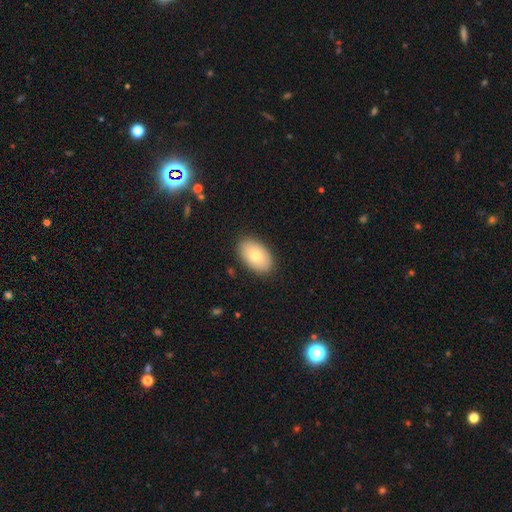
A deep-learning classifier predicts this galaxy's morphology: Q: Smooth or featured?
A: smooth (77%); runner-up: featured or disk (16%)
Q: How rounded?
A: in between (92%); runner-up: round (7%)
Q: Merging?
A: none (88%); runner-up: minor disturbance (9%)